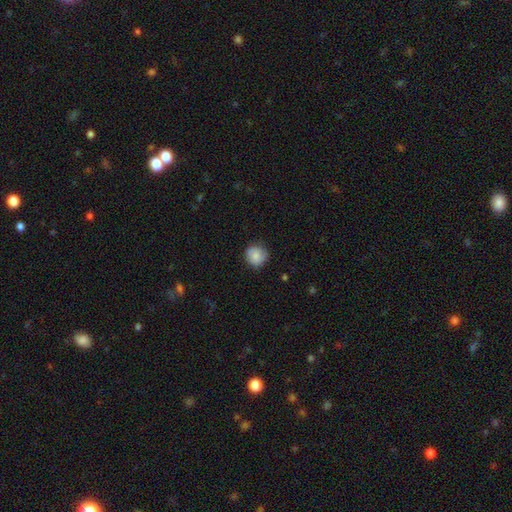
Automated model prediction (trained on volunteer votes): Smooth or featured?
  - smooth: 80% *
  - featured or disk: 13%
  - star or artifact: 8%
How rounded?
  - round: 91% *
  - in between: 8%
  - cigar-shaped: 1%
Merging?
  - none: 83% *
  - minor disturbance: 13%
  - major disturbance: 3%
  - merger: 1%